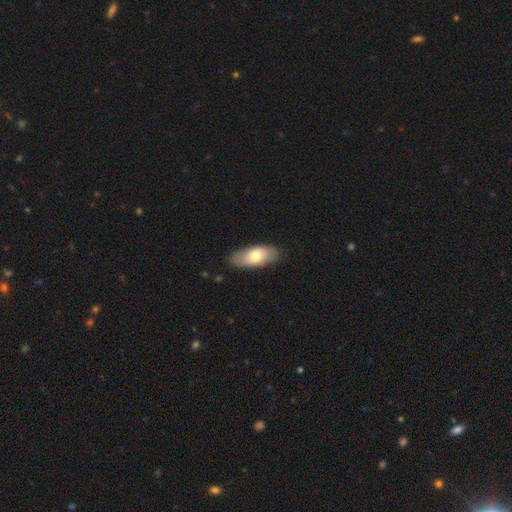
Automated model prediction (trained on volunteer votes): Smooth or featured? smooth (73%)
How rounded? in between (87%)
Merging? none (82%)